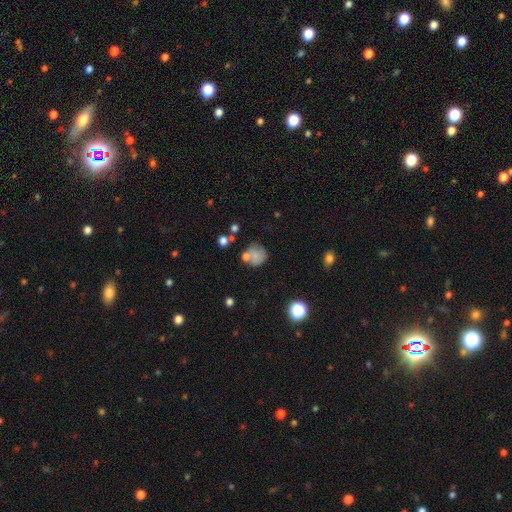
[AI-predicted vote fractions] This appears to be a smooth galaxy with no disk features (73%) that is round (83%). Merging: none (54%).